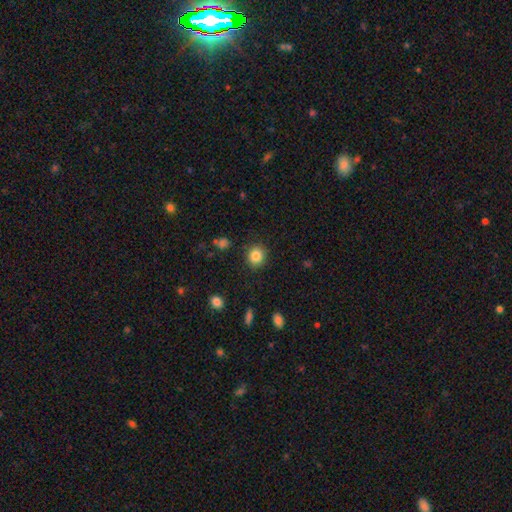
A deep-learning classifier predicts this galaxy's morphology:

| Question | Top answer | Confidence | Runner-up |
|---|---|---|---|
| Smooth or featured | smooth | 85% | star or artifact (10%) |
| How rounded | round | 80% | in between (19%) |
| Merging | none | 89% | minor disturbance (7%) |